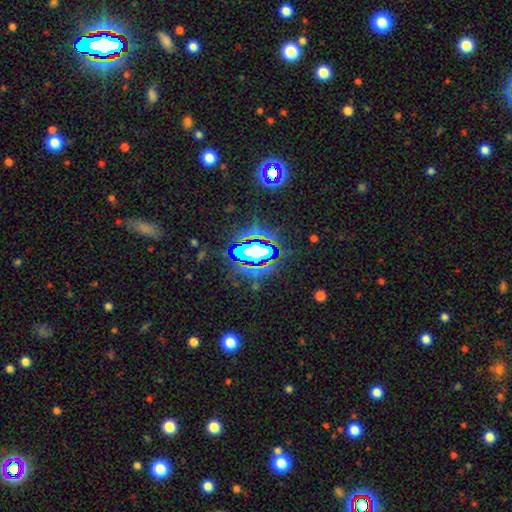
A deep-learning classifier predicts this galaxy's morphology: Overall: star or artifact (66%).